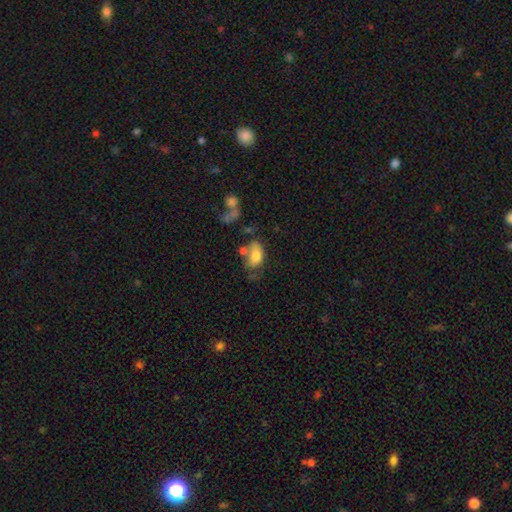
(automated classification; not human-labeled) A smooth galaxy with no disk features (72%) that is in between round and cigar-shaped (86%). Merging: none (33%).